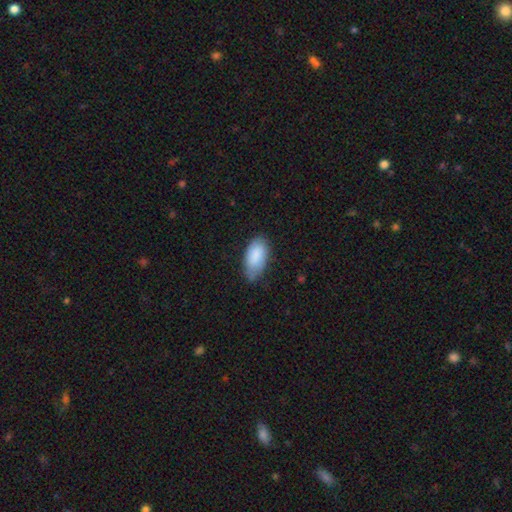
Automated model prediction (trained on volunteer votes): This is clearly a smooth galaxy (86%). How rounded: clearly in between (94%). Merging: likely none (62%).